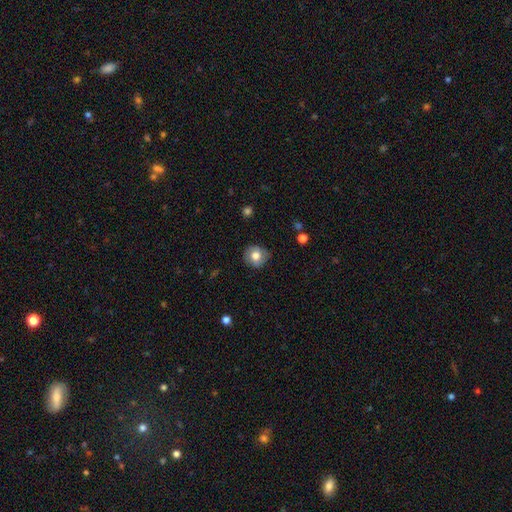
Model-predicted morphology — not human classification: This appears to be a smooth galaxy with no disk features (73%) that is round (83%). Merging: none (79%).